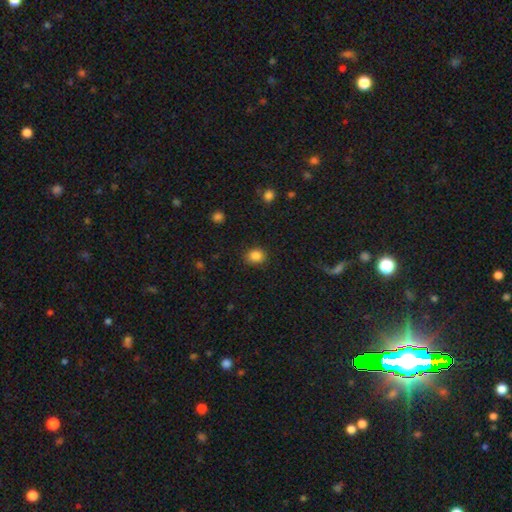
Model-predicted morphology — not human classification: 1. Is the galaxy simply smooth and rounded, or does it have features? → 85% smooth, 11% star or artifact, 4% featured or disk.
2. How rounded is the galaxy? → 59% round, 40% in between, 1% cigar-shaped.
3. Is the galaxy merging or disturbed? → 85% none, 11% minor disturbance, 3% major disturbance, 1% merger.